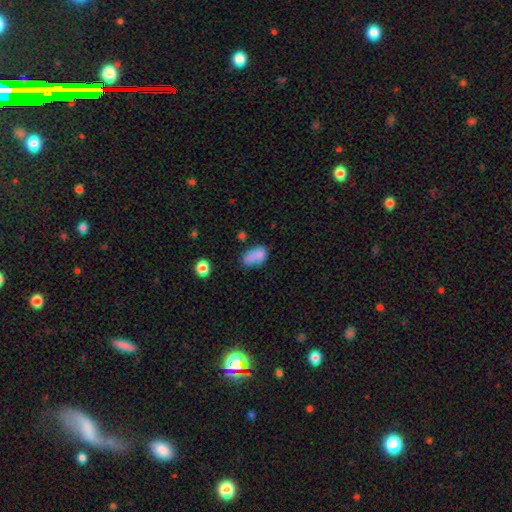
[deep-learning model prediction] A smooth galaxy with no disk features (81%) that is in between round and cigar-shaped (90%).

Vote fractions:
- Smooth or featured? smooth: 81% / star or artifact: 10% / featured or disk: 9%
- How rounded? in between: 90% / round: 7% / cigar-shaped: 3%
- Merging? none: 49% / minor disturbance: 29% / major disturbance: 12% / merger: 11%